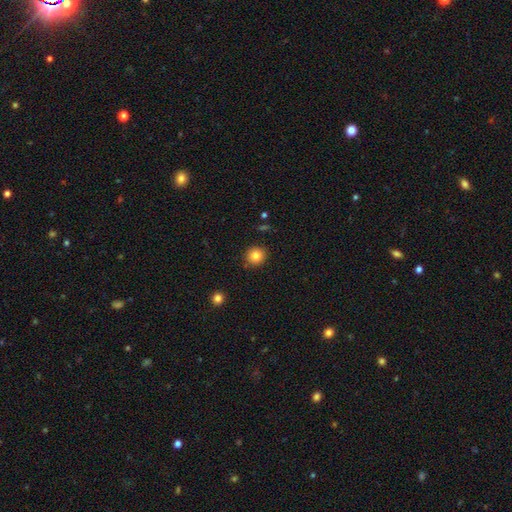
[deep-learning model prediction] This appears to be a smooth galaxy with no disk features (83%) that is round (92%). Merging: none (90%).